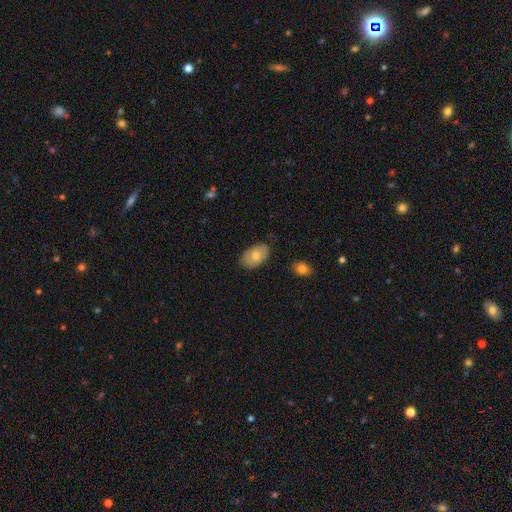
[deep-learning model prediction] Smooth or featured? Predicted: smooth (p=0.75). How rounded? Predicted: in between (p=0.92). Merging? Predicted: none (p=0.83).